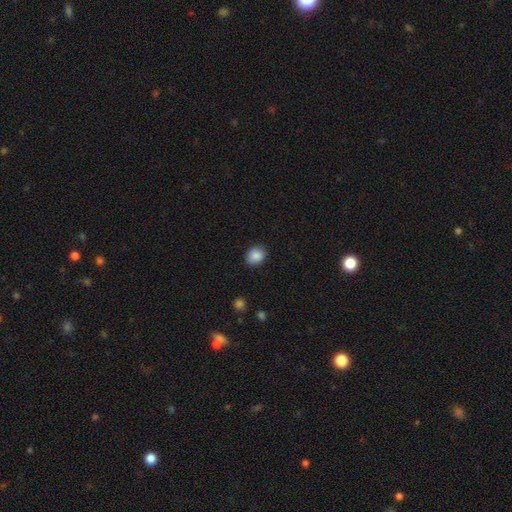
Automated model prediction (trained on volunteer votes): smooth-or-featured: smooth: 88% | star or artifact: 8% | featured or disk: 4%
  how-rounded: round: 50% | in between: 49% | cigar-shaped: 1%
  merging: none: 86% | minor disturbance: 11% | major disturbance: 2% | merger: 1%